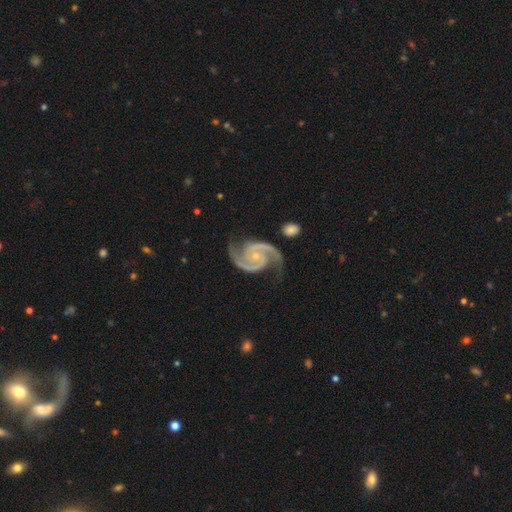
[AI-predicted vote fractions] featured or disk 95%, star or artifact 3%, smooth 2%. Down the decision tree: edge-on disk — no (98%); bar — no (64%); spiral arms — yes (99%); spiral arm count — 2 (93%); spiral winding — medium (61%); bulge size — small (74%); merging — none (75%).